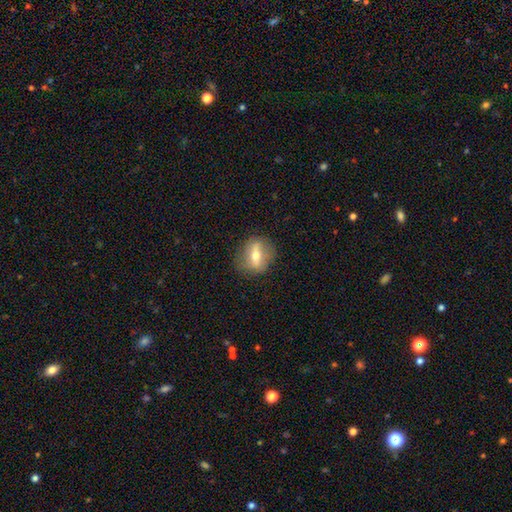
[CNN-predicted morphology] This appears to be a featured or disk galaxy (53%). Merging: none (81%).